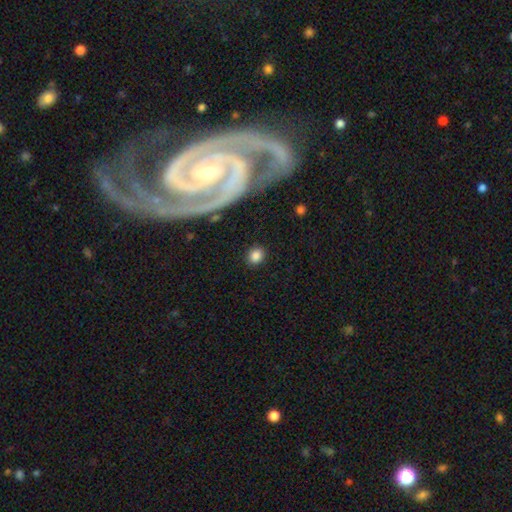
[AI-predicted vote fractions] smooth 85%, star or artifact 9%, featured or disk 7%. Down the decision tree: how rounded — round (77%); merging — none (89%).